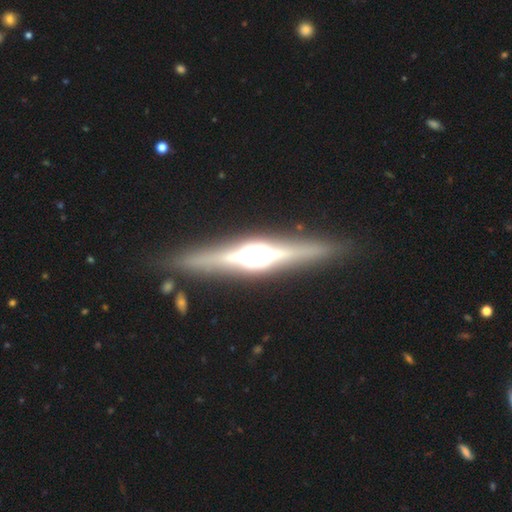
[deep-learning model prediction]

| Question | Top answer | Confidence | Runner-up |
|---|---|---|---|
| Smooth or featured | featured or disk | 81% | smooth (12%) |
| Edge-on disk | yes | 97% | no (3%) |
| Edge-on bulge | rounded | 86% | boxy (11%) |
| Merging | none | 87% | minor disturbance (9%) |